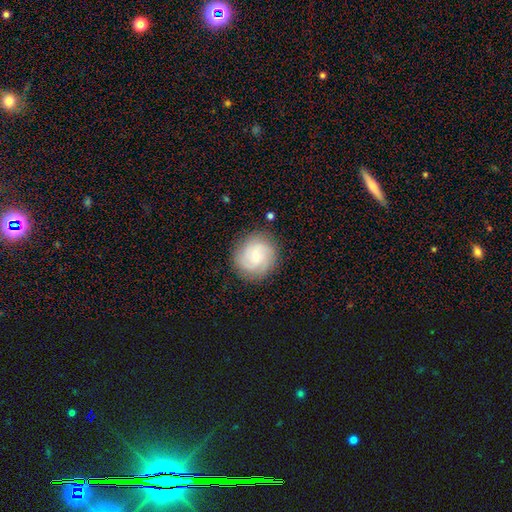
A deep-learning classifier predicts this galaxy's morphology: This appears to be a featured or disk galaxy (56%) with no bar (60%), spiral arms (90%) and a small central bulge (64%). Merging: none (85%).